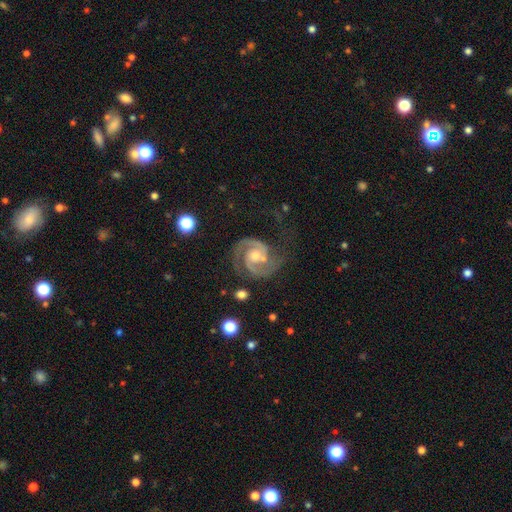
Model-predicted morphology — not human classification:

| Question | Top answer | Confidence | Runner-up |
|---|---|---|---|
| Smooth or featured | featured or disk | 92% | star or artifact (5%) |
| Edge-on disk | no | 98% | yes (2%) |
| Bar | no | 59% | weak (33%) |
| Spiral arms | yes | 98% | no (2%) |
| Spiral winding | medium | 49% | tight (44%) |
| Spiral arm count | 2 | 91% | 3 (3%) |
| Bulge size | moderate | 53% | small (39%) |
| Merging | none | 68% | minor disturbance (19%) |